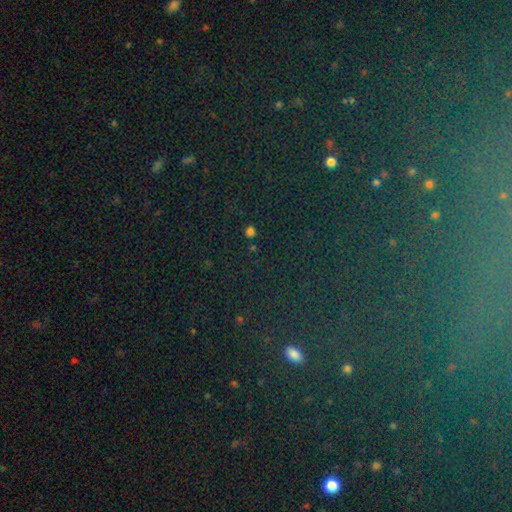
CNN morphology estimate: This is likely a star or artifact rather than a galaxy (79%).